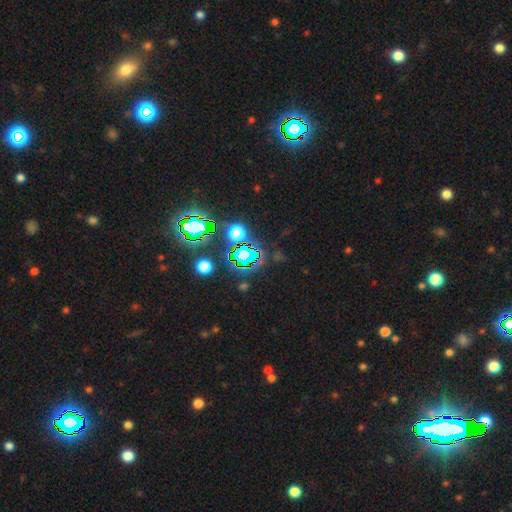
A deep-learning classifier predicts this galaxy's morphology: A star or artifact, not a galaxy (81%).

Vote fractions:
- Smooth or featured? star or artifact: 81% / smooth: 12% / featured or disk: 7%